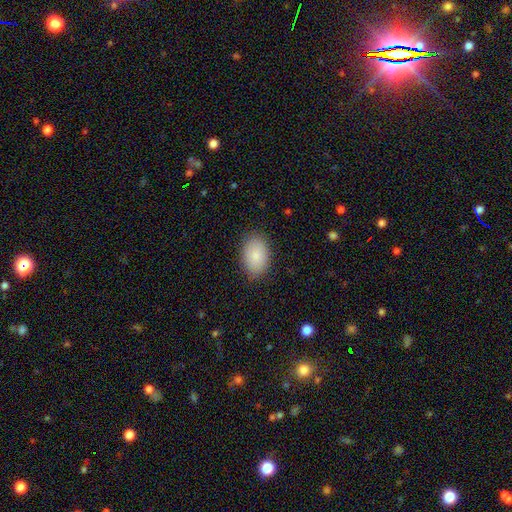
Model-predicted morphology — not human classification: smooth-or-featured: smooth: 86% | featured or disk: 7% | star or artifact: 7%
  how-rounded: in between: 89% | round: 9% | cigar-shaped: 1%
  merging: none: 86% | minor disturbance: 11% | major disturbance: 3% | merger: 1%